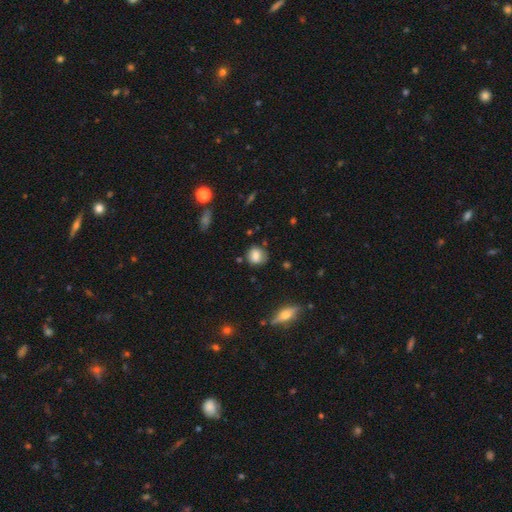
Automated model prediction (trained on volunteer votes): Smooth or featured? smooth (78%)
How rounded? round (71%)
Merging? none (70%)